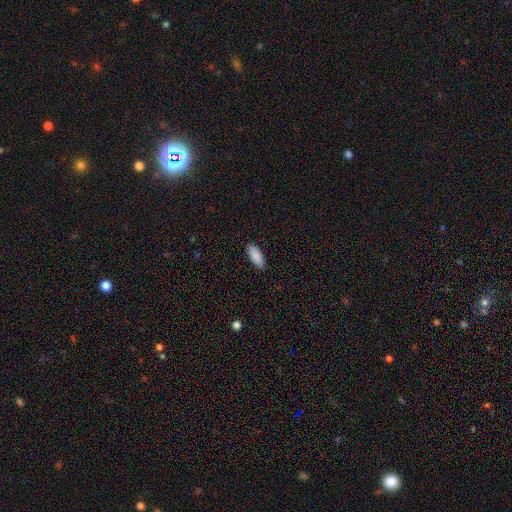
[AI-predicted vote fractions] This appears to be a smooth galaxy with no disk features (90%) that is in between round and cigar-shaped (78%). Merging: none (89%).